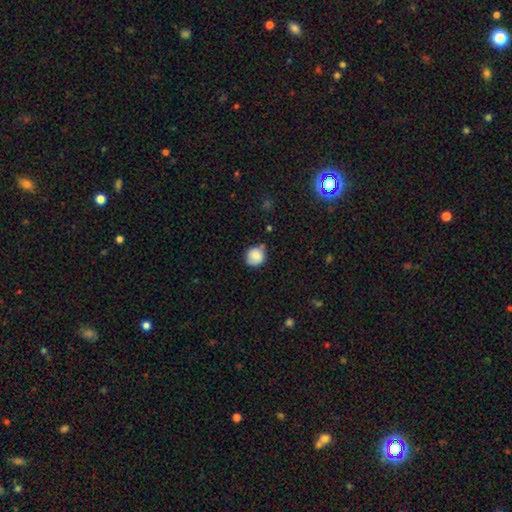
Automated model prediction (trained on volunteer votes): Smooth or featured? smooth (85%)
How rounded? round (89%)
Merging? none (74%)